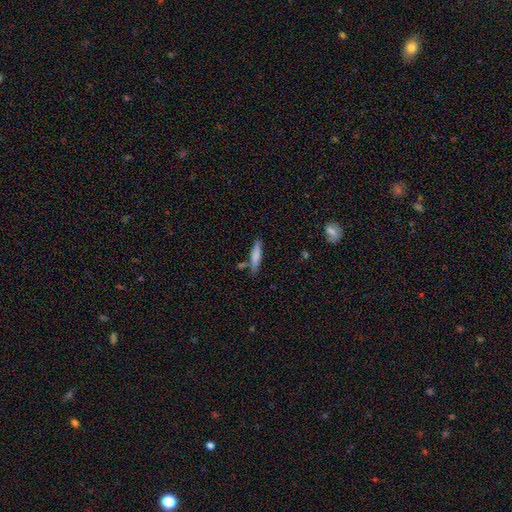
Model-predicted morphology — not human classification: A smooth galaxy with no disk features (74%) that is cigar-shaped (85%). Merging: none (74%).